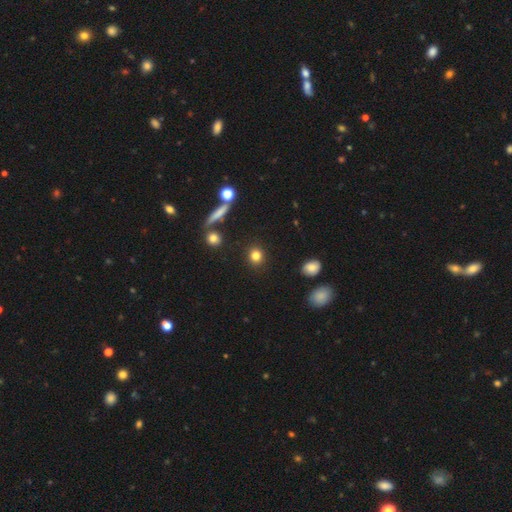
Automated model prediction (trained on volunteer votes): A smooth galaxy with no disk features (82%) that is round (82%).

Vote fractions:
- Smooth or featured? smooth: 82% / star or artifact: 12% / featured or disk: 6%
- How rounded? round: 82% / in between: 16% / cigar-shaped: 2%
- Merging? none: 88% / minor disturbance: 6% / merger: 3% / major disturbance: 3%